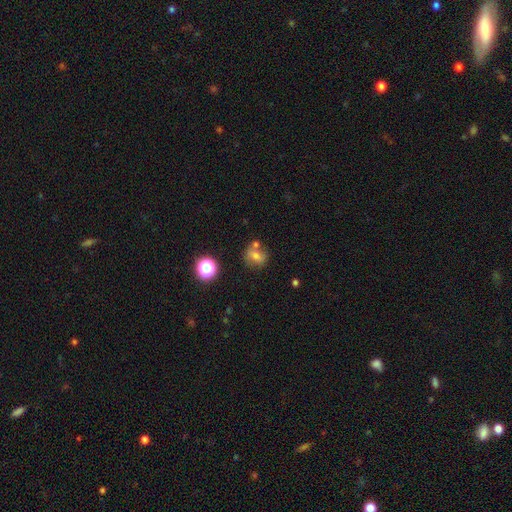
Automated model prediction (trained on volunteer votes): smooth-or-featured: smooth: 65% | featured or disk: 19% | star or artifact: 17%
  how-rounded: round: 72% | in between: 26% | cigar-shaped: 2%
  merging: none: 59% | merger: 22% | minor disturbance: 15% | major disturbance: 5%